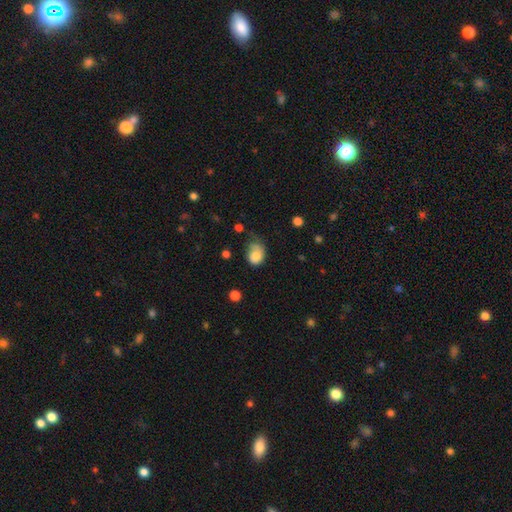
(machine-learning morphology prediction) type=smooth (73%); roundness=in between (56%); merging=minor disturbance (38%).